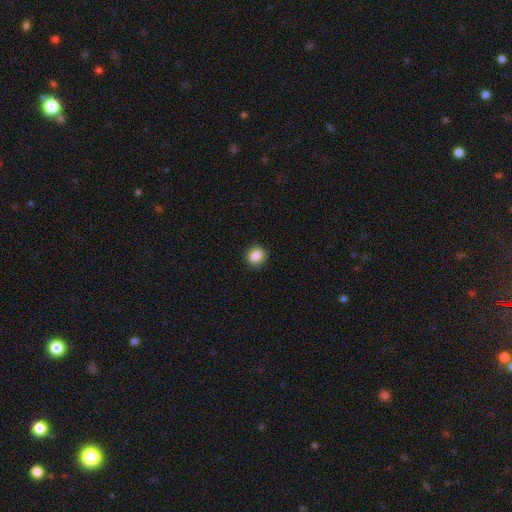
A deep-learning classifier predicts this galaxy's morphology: smooth_or_featured: smooth (p=0.87) [alt: star or artifact p=0.09]
how_rounded: round (p=0.77) [alt: in between p=0.22]
merging: none (p=0.90) [alt: minor disturbance p=0.07]